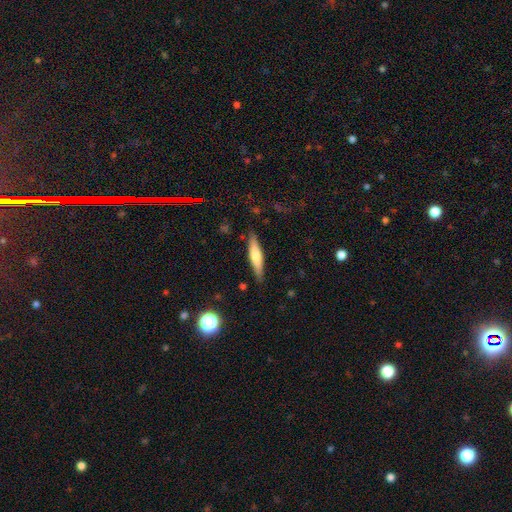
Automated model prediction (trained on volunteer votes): Smooth or featured: smooth — 54% (featured or disk — 40%)
How rounded: cigar-shaped — 81% (in between — 18%)
Merging: none — 86% (minor disturbance — 10%)